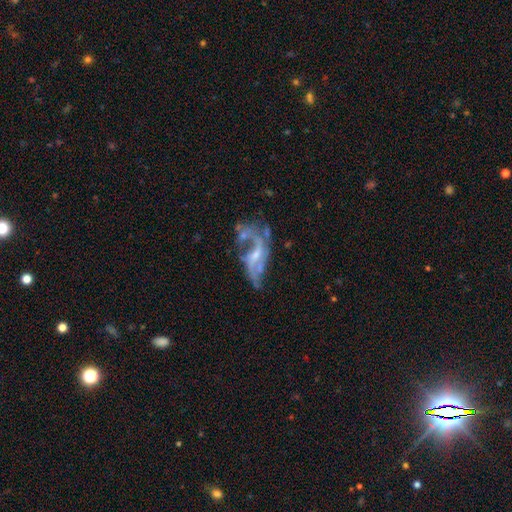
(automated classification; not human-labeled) Morphology: type=featured or disk (79%); edge-on=no (92%); bar=weak (44%); spiral arms=yes (80%); winding=loose (64%); arm count=2 (60%); bulge=small (53%); merging=none (36%).